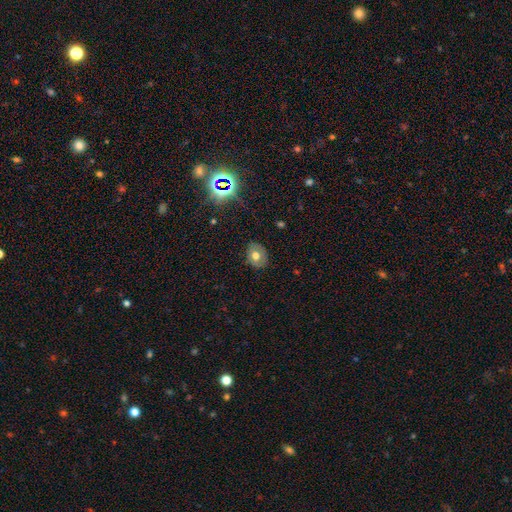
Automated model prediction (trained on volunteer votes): Q: Smooth or featured?
A: smooth (59%); runner-up: featured or disk (28%)
Q: How rounded?
A: in between (53%); runner-up: round (46%)
Q: Merging?
A: none (82%); runner-up: minor disturbance (14%)